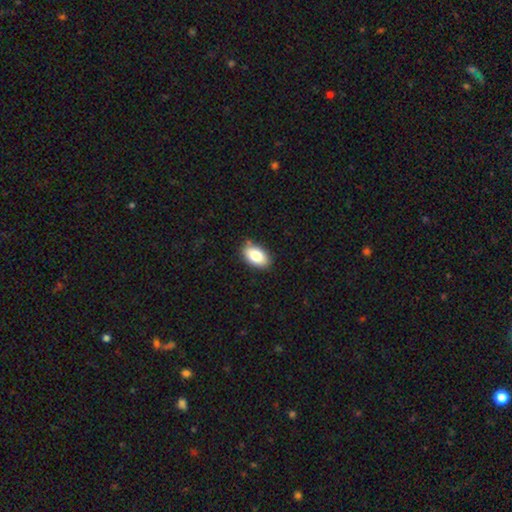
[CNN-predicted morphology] Smooth or featured: smooth — 82% (featured or disk — 11%)
How rounded: in between — 92% (round — 6%)
Merging: none — 82% (minor disturbance — 14%)